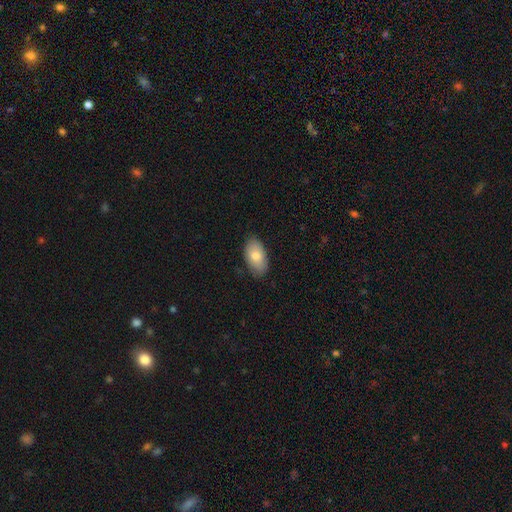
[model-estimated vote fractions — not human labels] Smooth or featured? smooth (77%)
How rounded? in between (94%)
Merging? none (84%)